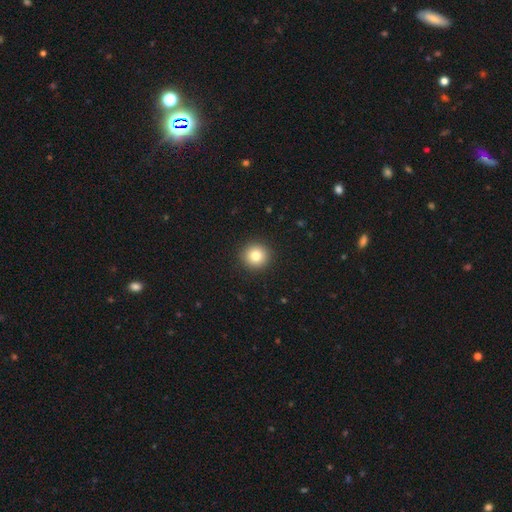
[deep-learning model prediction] A smooth galaxy with no disk features (81%) that is round (95%). Merging: none (93%).